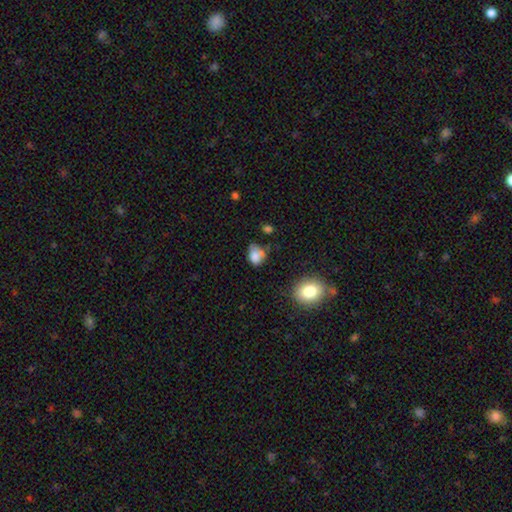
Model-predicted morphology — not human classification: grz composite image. It shows a smooth galaxy with no disk features (77%) that is in between round and cigar-shaped (63%). Merging: none (39%).